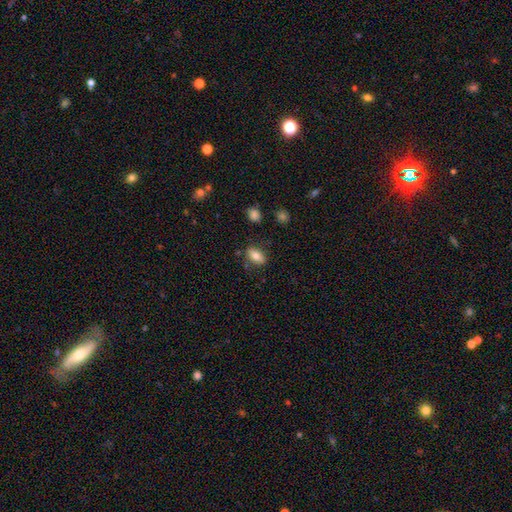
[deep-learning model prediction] smooth_or_featured: smooth (p=0.81) [alt: featured or disk p=0.11]
how_rounded: in between (p=0.89) [alt: round p=0.06]
merging: none (p=0.80) [alt: minor disturbance p=0.13]